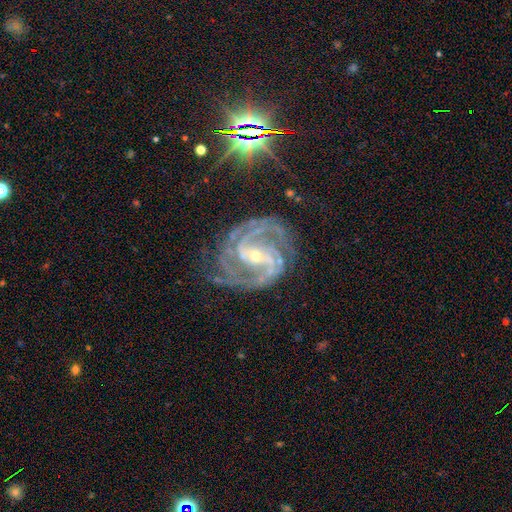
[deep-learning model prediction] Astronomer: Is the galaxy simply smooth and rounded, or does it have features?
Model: featured or disk — 91%.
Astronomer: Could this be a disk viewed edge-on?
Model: no — 98%.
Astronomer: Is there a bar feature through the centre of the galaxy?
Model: weak — 36% (runner-up: strong, 35%).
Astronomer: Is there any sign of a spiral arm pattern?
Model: yes — 99%.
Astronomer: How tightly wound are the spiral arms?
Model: tight — 55% (runner-up: medium, 39%).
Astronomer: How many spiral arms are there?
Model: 2 — 41% (runner-up: 3, 26%).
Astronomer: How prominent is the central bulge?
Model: small — 68%.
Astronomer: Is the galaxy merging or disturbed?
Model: none — 71%.